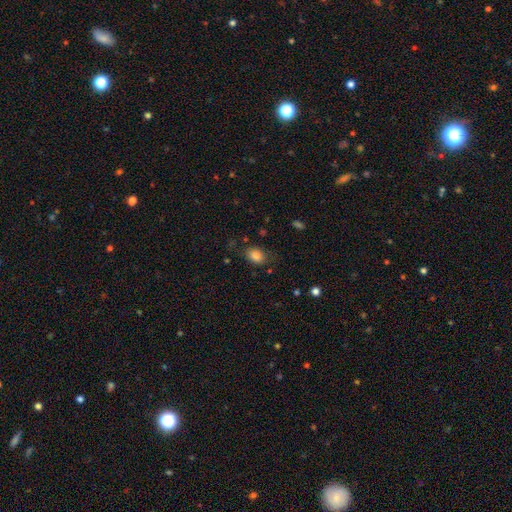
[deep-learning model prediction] Overall: smooth (83%). How rounded: in between (70%). Merging: none (74%).